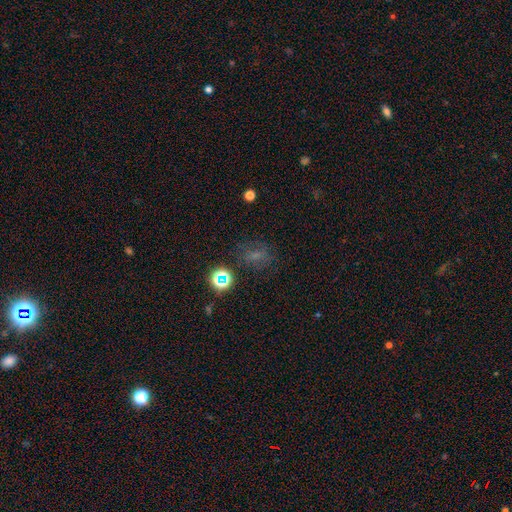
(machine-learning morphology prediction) type=smooth (46%); merging=none (68%).